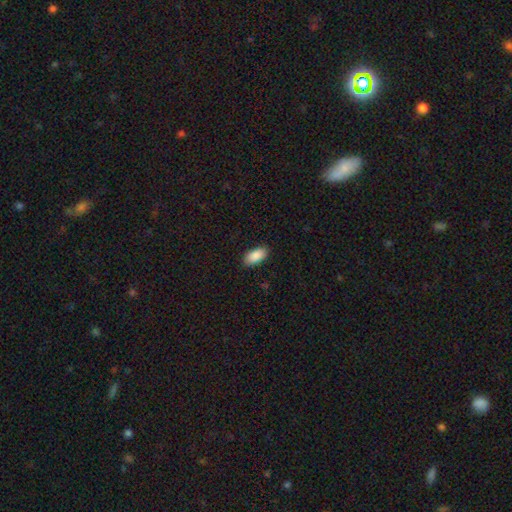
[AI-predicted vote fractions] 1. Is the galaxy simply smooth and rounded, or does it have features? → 88% smooth, 6% star or artifact, 5% featured or disk.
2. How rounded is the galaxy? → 93% in between, 4% cigar-shaped, 2% round.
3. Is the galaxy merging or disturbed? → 87% none, 10% minor disturbance, 2% major disturbance, 1% merger.